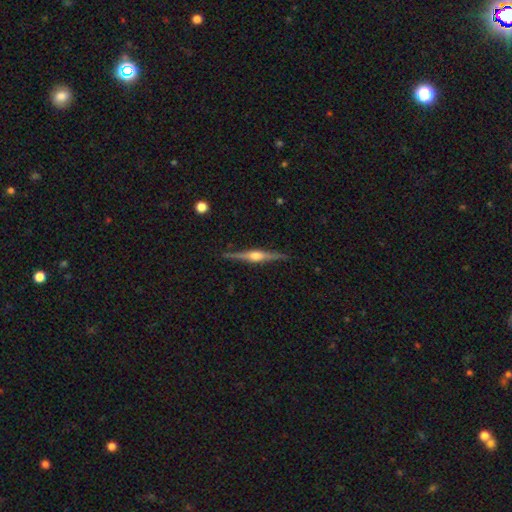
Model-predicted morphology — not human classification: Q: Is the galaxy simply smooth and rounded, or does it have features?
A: featured or disk — 80%.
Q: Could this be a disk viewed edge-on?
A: yes — 98%.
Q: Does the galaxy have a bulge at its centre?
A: rounded — 88%.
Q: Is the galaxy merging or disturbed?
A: none — 88%.